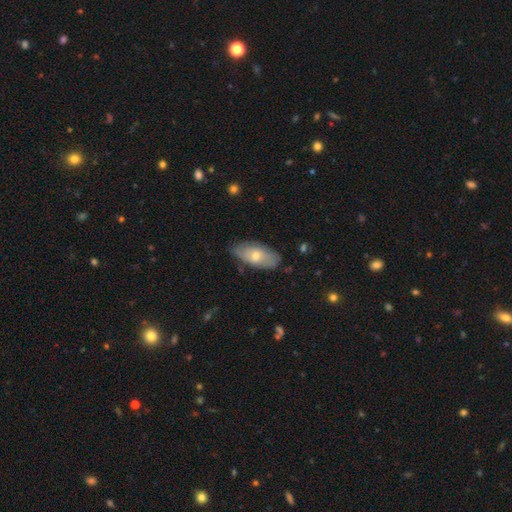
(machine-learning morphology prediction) Q: Smooth or featured?
A: smooth (61%); runner-up: featured or disk (33%)
Q: How rounded?
A: in between (88%); runner-up: cigar-shaped (9%)
Q: Merging?
A: none (73%); runner-up: minor disturbance (22%)